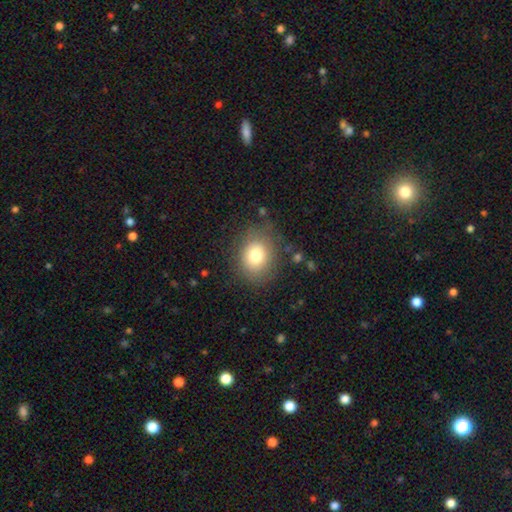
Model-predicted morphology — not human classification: The model was most divided on "how rounded": round: 59%, in between: 40%, cigar-shaped: 1%. More confident: merging — none (79%); smooth or featured — smooth (77%).